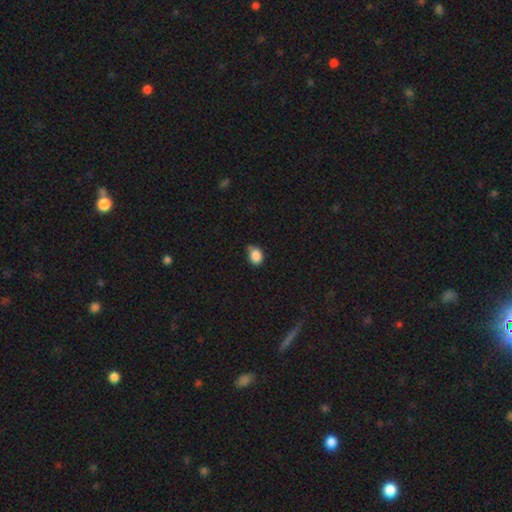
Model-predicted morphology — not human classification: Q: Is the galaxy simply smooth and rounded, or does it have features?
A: smooth — 87%.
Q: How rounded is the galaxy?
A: in between — 52%.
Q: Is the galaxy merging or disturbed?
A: none — 57%.